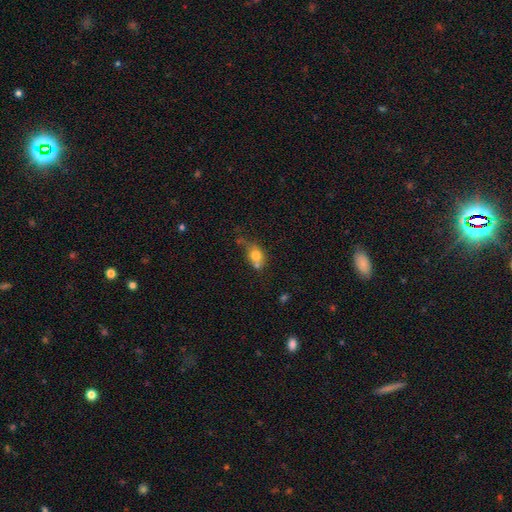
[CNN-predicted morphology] This appears to be a smooth galaxy with no disk features (74%) that is in between round and cigar-shaped (51%). Merging: none (38%).